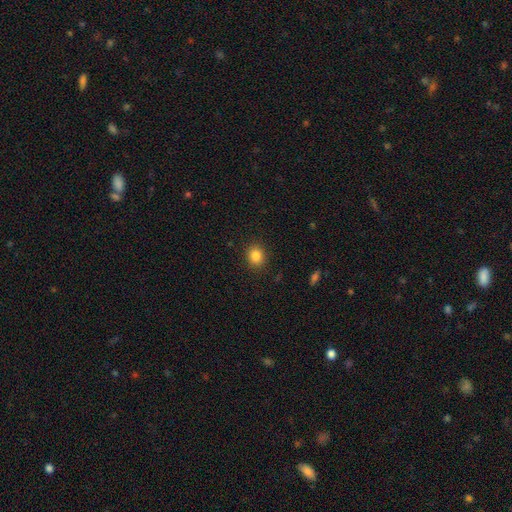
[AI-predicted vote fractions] Smooth or featured?
  - smooth: 85% *
  - star or artifact: 10%
  - featured or disk: 5%
How rounded?
  - round: 68% *
  - in between: 31%
  - cigar-shaped: 1%
Merging?
  - none: 90% *
  - minor disturbance: 7%
  - major disturbance: 2%
  - merger: 1%